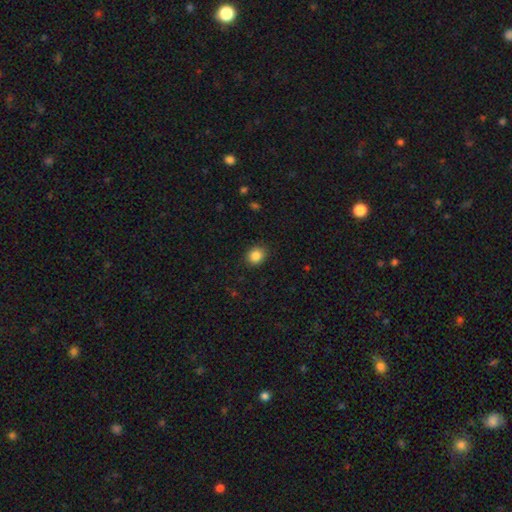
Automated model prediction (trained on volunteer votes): The model was most divided on "how rounded": round: 72%, in between: 27%, cigar-shaped: 1%. More confident: merging — none (89%); smooth or featured — smooth (86%).